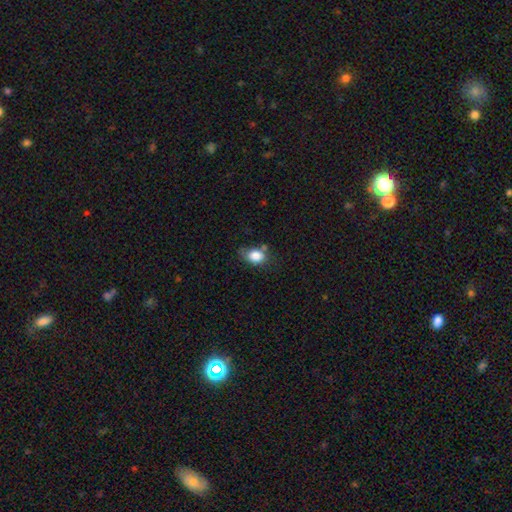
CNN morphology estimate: The model was most divided on "merging": none: 51%, minor disturbance: 29%, merger: 10%, major disturbance: 9%. More confident: smooth or featured — smooth (82%); how rounded — in between (66%).